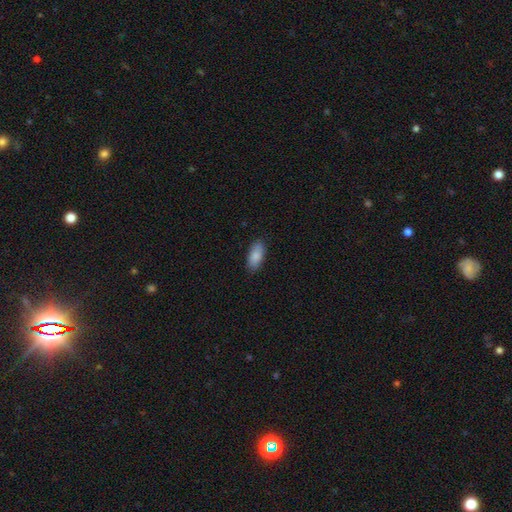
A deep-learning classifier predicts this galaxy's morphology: The model was most divided on "merging": none: 87%, minor disturbance: 10%, major disturbance: 2%, merger: 1%. More confident: how rounded — in between (89%); smooth or featured — smooth (87%).